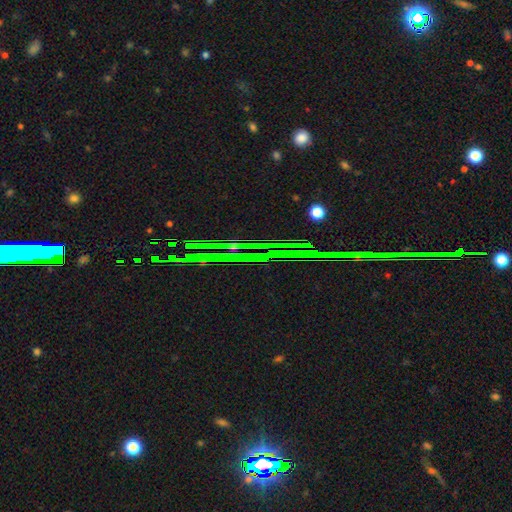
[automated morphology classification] This appears to be a star or artifact, not a galaxy (83%).